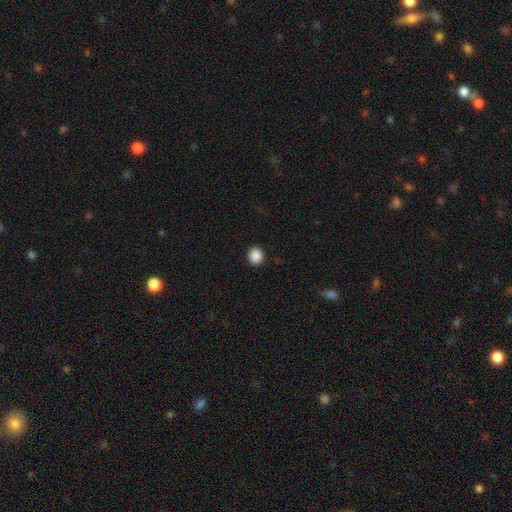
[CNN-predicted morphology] smooth 89%, star or artifact 9%, featured or disk 2%. Down the decision tree: how rounded — round (84%); merging — none (92%).